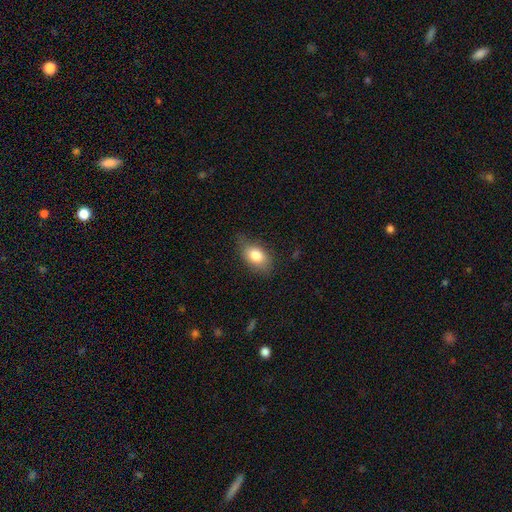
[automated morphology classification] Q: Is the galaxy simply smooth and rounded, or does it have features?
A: smooth — 81%.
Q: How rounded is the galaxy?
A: in between — 87%.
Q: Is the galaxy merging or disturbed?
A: none — 67%.